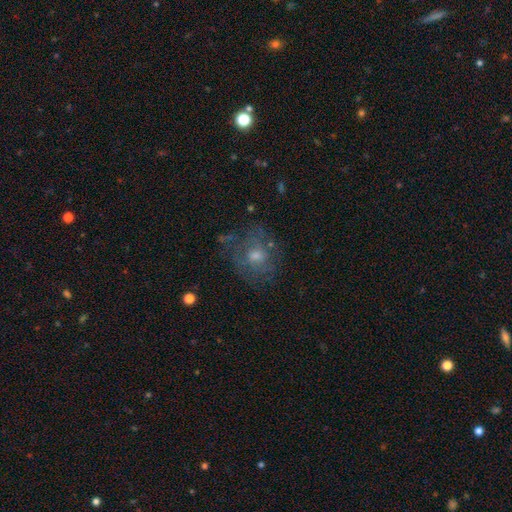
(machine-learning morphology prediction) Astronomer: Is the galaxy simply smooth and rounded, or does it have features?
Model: featured or disk — 48% (runner-up: smooth, 37%).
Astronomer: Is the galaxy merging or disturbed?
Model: none — 63%.